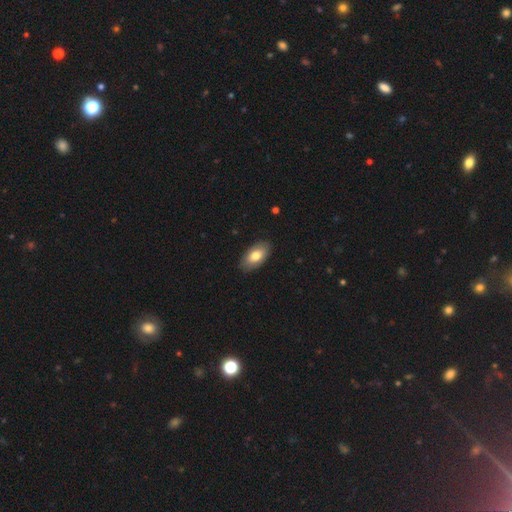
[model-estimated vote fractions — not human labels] Smooth or featured: smooth — 75% (featured or disk — 19%)
How rounded: in between — 93% (cigar-shaped — 4%)
Merging: none — 87% (minor disturbance — 10%)